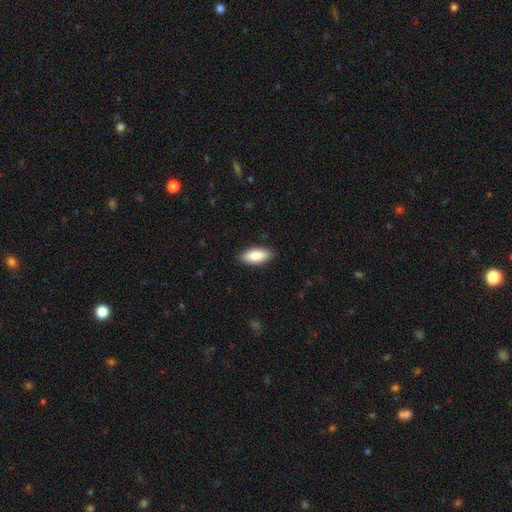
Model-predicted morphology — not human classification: Smooth or featured? smooth (88%)
How rounded? in between (87%)
Merging? none (87%)